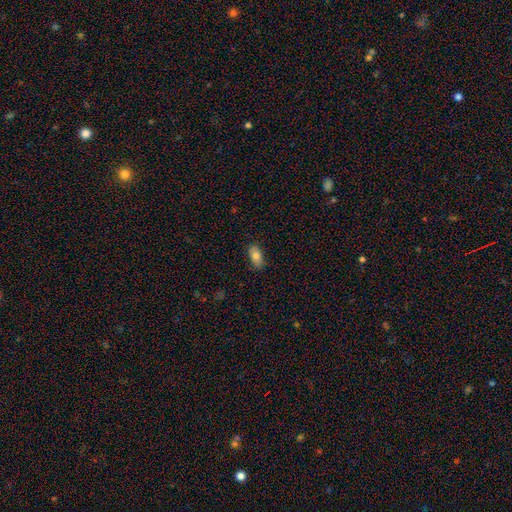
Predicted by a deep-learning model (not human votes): A smooth galaxy with no disk features (82%) that is in between round and cigar-shaped (90%). Merging: none (85%).